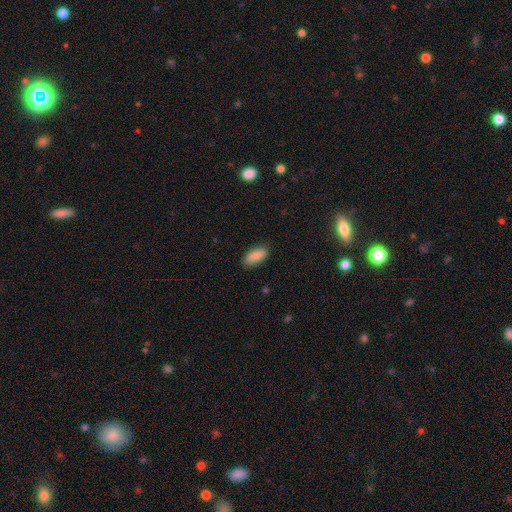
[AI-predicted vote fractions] Overall: smooth (87%). How rounded: in between (84%). Merging: none (83%).